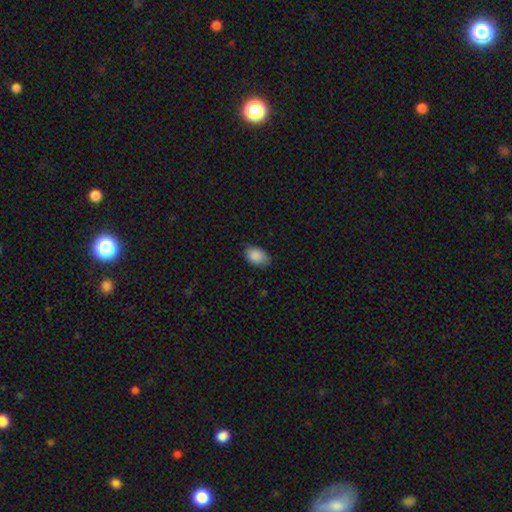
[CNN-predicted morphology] smooth 88%, star or artifact 7%, featured or disk 4%. Down the decision tree: how rounded — in between (88%); merging — none (74%).